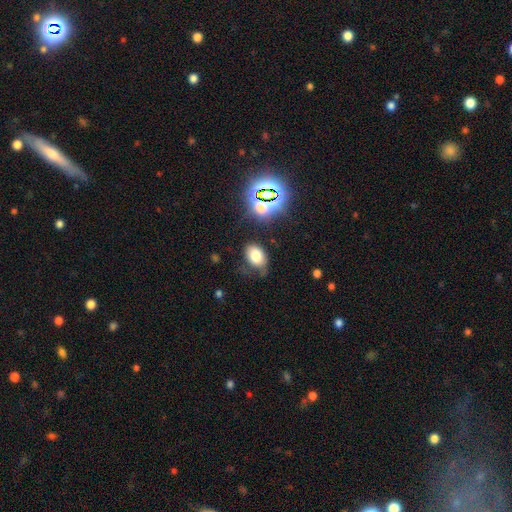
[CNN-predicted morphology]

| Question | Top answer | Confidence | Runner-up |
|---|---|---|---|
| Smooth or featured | smooth | 73% | star or artifact (15%) |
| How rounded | in between | 78% | round (21%) |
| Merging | none | 56% | minor disturbance (28%) |